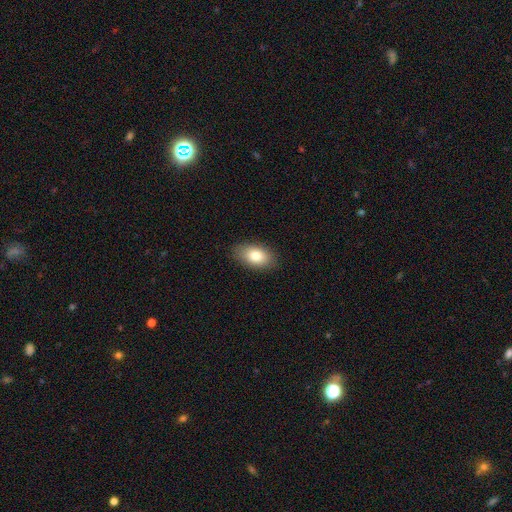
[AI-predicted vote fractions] A smooth galaxy with no disk features (80%) that is in between round and cigar-shaped (91%).

Vote fractions:
- Smooth or featured? smooth: 80% / featured or disk: 12% / star or artifact: 8%
- How rounded? in between: 91% / round: 8% / cigar-shaped: 2%
- Merging? none: 88% / minor disturbance: 9% / major disturbance: 2% / merger: 1%